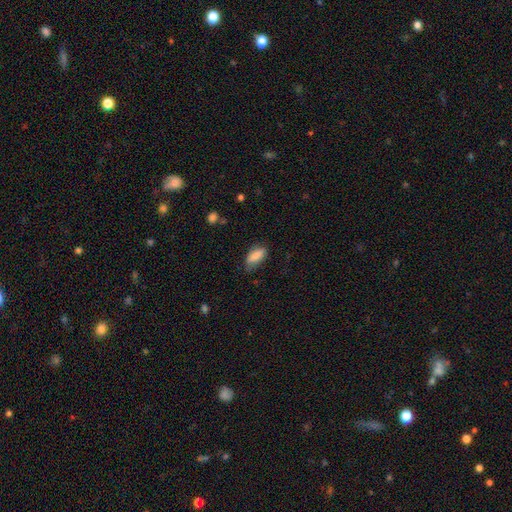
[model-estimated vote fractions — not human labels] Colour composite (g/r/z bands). It shows a smooth galaxy with no disk features (80%) that is in between round and cigar-shaped (82%). Merging: none (68%).